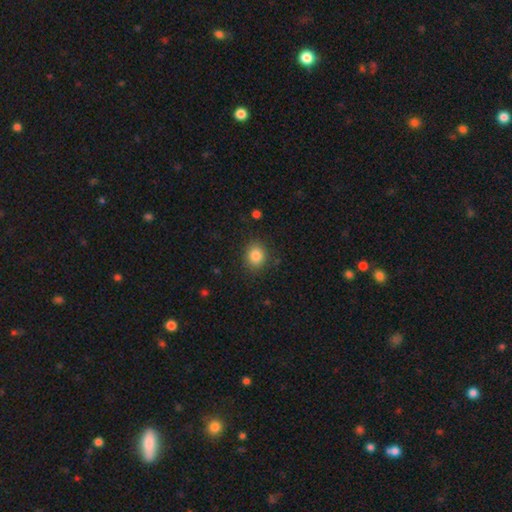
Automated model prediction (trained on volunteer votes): Smooth or featured?
  - smooth: 84% *
  - star or artifact: 10%
  - featured or disk: 5%
How rounded?
  - round: 75% *
  - in between: 24%
  - cigar-shaped: 1%
Merging?
  - none: 87% *
  - minor disturbance: 9%
  - major disturbance: 3%
  - merger: 1%